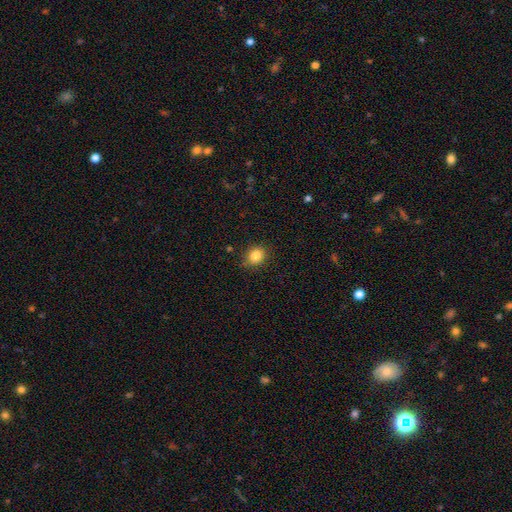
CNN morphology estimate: Q: Smooth or featured?
A: smooth (85%); runner-up: star or artifact (10%)
Q: How rounded?
A: round (66%); runner-up: in between (33%)
Q: Merging?
A: none (84%); runner-up: minor disturbance (12%)